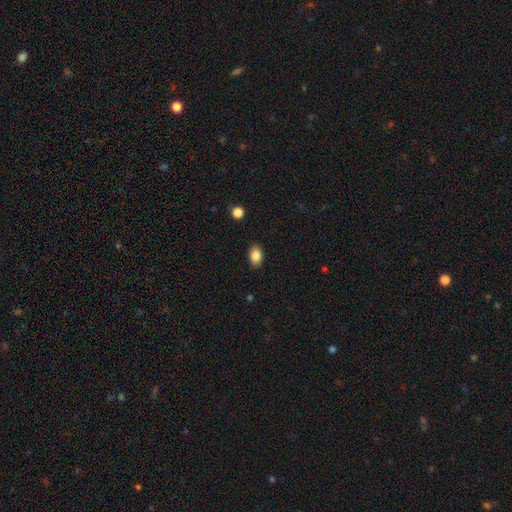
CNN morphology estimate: This is clearly a smooth galaxy (86%). How rounded: likely in between (80%). Merging: clearly none (88%).